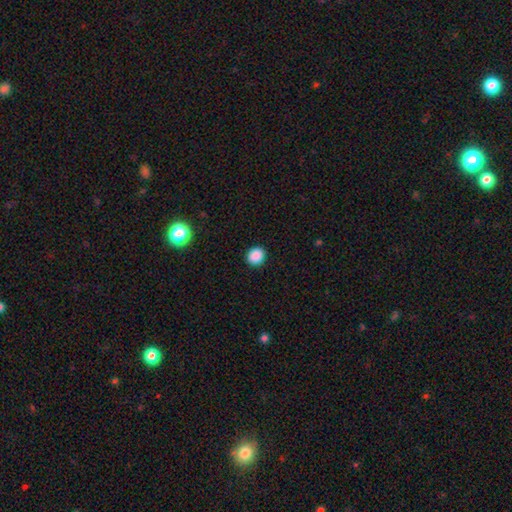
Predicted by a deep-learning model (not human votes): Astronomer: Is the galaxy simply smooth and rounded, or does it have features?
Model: smooth — 88%.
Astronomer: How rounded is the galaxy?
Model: round — 80%.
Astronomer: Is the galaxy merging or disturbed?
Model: none — 92%.